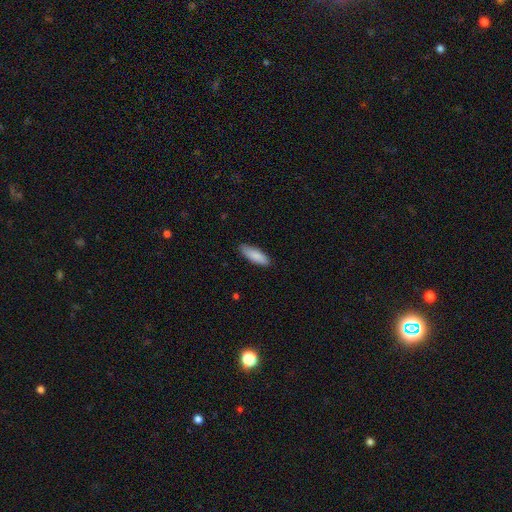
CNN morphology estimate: Smooth or featured: smooth — 87% (featured or disk — 7%)
How rounded: in between — 55% (cigar-shaped — 43%)
Merging: none — 87% (minor disturbance — 11%)